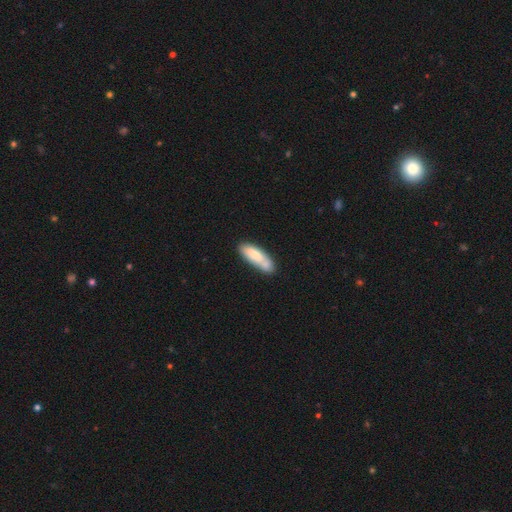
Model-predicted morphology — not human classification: smooth_or_featured: smooth (p=0.75) [alt: featured or disk p=0.19]
how_rounded: in between (p=0.52) [alt: cigar-shaped p=0.46]
merging: none (p=0.57) [alt: minor disturbance p=0.19]